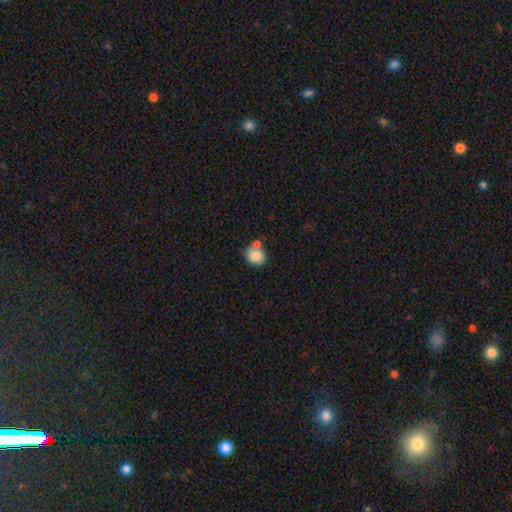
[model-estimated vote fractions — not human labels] A smooth galaxy with no disk features (82%) that is round (75%).

Vote fractions:
- Smooth or featured? smooth: 82% / featured or disk: 10% / star or artifact: 9%
- How rounded? round: 75% / in between: 24% / cigar-shaped: 1%
- Merging? none: 48% / merger: 33% / minor disturbance: 14% / major disturbance: 5%